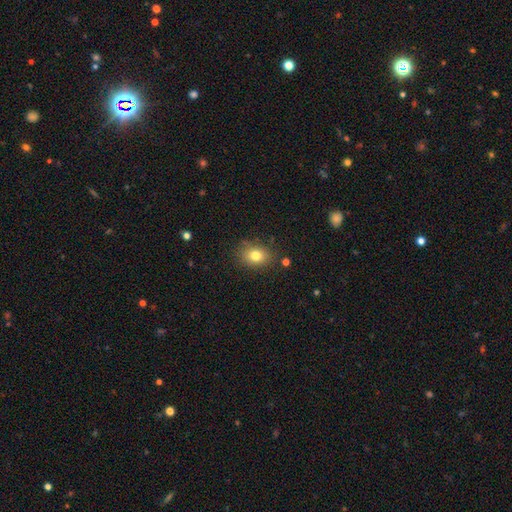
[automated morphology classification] Smooth or featured? smooth (79%)
How rounded? in between (59%)
Merging? none (83%)